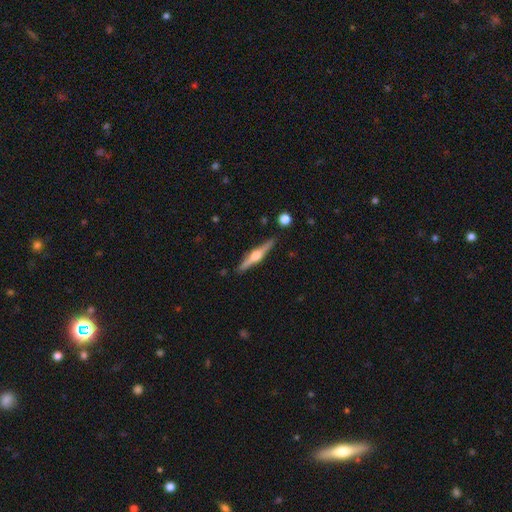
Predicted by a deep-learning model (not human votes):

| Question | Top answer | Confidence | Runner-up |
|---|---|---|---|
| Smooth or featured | featured or disk | 75% | smooth (19%) |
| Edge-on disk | yes | 98% | no (2%) |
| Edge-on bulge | rounded | 94% | boxy (4%) |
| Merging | none | 90% | minor disturbance (7%) |